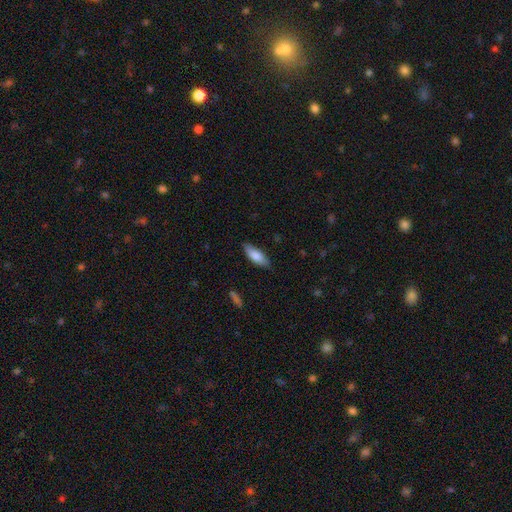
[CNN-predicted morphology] smooth_or_featured: smooth (p=0.81) [alt: featured or disk p=0.13]
how_rounded: in between (p=0.72) [alt: cigar-shaped p=0.26]
merging: none (p=0.78) [alt: minor disturbance p=0.18]